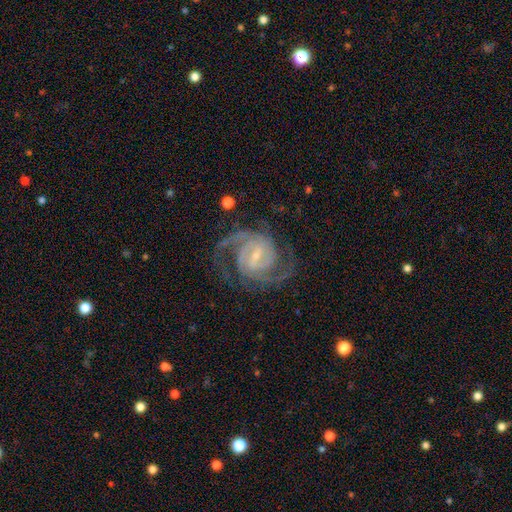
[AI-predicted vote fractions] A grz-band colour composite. It shows a featured or disk galaxy (92%) with a weak bar (50%), 2 (62%) medium (47%) spiral arms (98%) and a small central bulge (71%). Merging: none (77%).